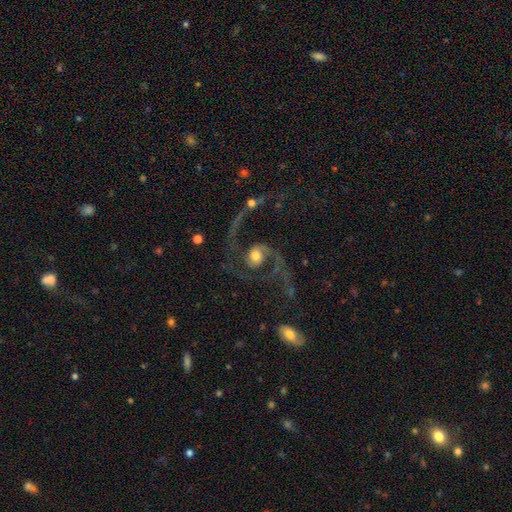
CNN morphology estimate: featured or disk 87%, smooth 8%, star or artifact 6%. Down the decision tree: edge-on disk — no (98%); bar — no (68%); spiral arms — yes (95%); spiral arm count — 2 (81%); spiral winding — loose (51%); bulge size — moderate (62%); merging — none (48%).